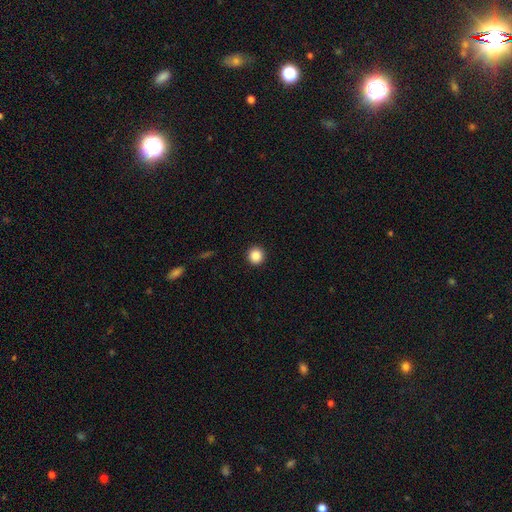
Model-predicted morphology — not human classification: This appears to be a smooth galaxy with no disk features (88%) that is round (95%). Merging: none (93%).